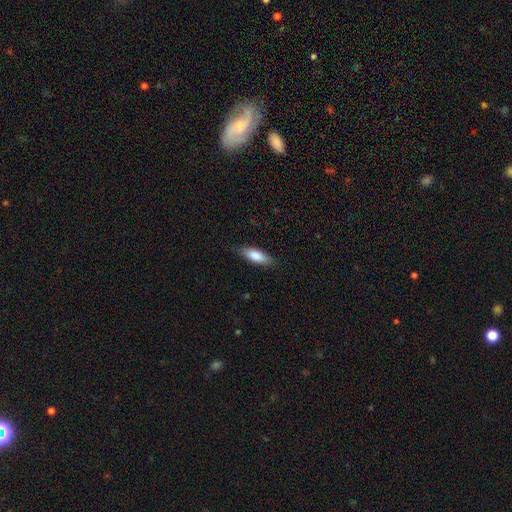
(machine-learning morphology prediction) type=smooth (79%); roundness=in between (54%); merging=none (82%).